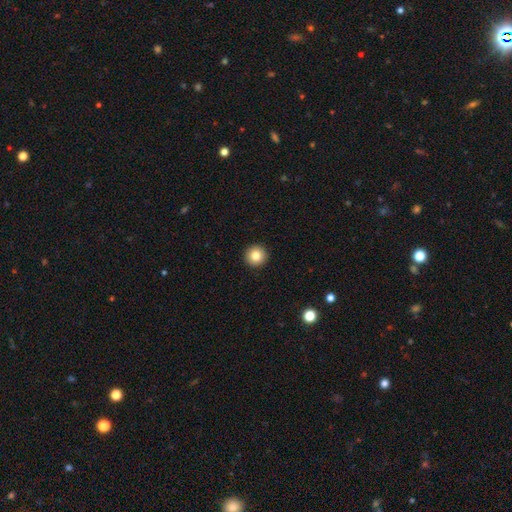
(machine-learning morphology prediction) Smooth or featured? Predicted: smooth (p=0.83). How rounded? Predicted: round (p=0.96). Merging? Predicted: none (p=0.94).